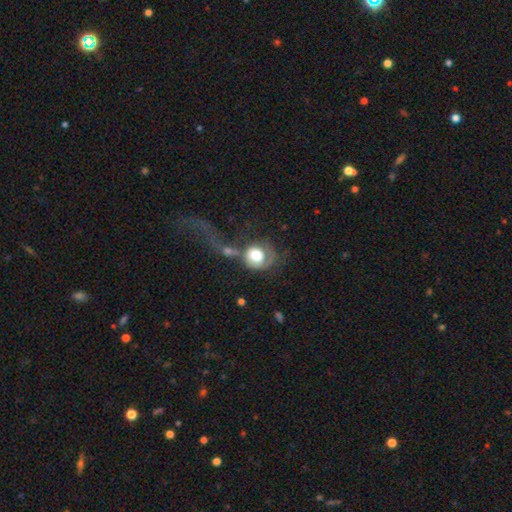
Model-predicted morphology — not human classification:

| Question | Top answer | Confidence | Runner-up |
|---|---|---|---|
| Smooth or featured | smooth | 56% | featured or disk (35%) |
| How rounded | round | 80% | in between (19%) |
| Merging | major disturbance | 45% | none (22%) |